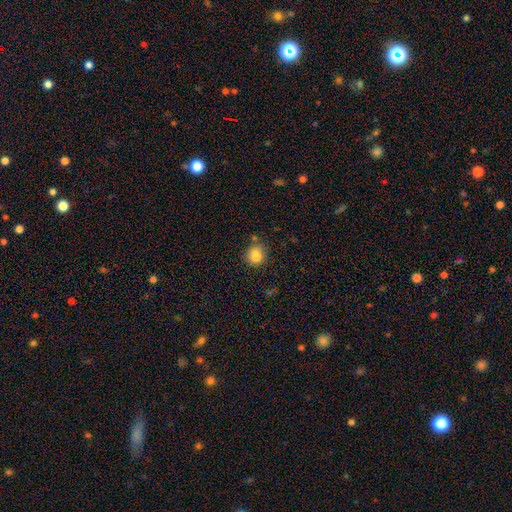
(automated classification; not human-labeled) smooth-or-featured: smooth: 85% | star or artifact: 10% | featured or disk: 5%
  how-rounded: round: 79% | in between: 20% | cigar-shaped: 1%
  merging: none: 73% | minor disturbance: 18% | merger: 6% | major disturbance: 4%